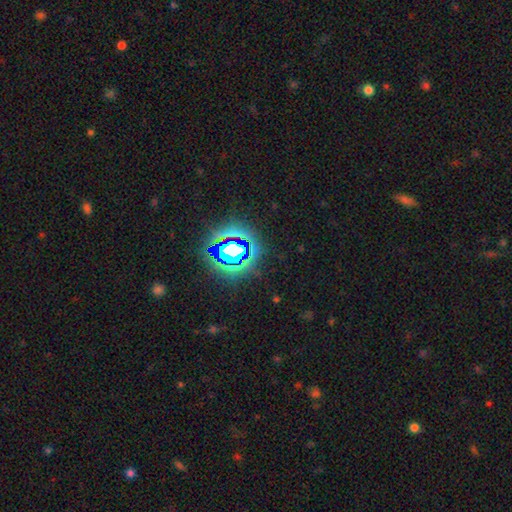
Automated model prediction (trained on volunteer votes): A star or artifact, not a galaxy (82%).

Vote fractions:
- Smooth or featured? star or artifact: 82% / smooth: 11% / featured or disk: 7%